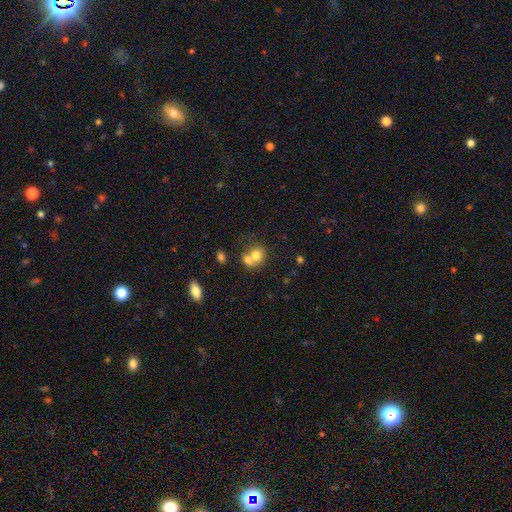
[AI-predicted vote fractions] Smooth or featured?
  - smooth: 72% *
  - featured or disk: 18%
  - star or artifact: 10%
How rounded?
  - round: 72% *
  - in between: 27%
  - cigar-shaped: 1%
Merging?
  - merger: 57% *
  - none: 31%
  - minor disturbance: 8%
  - major disturbance: 4%